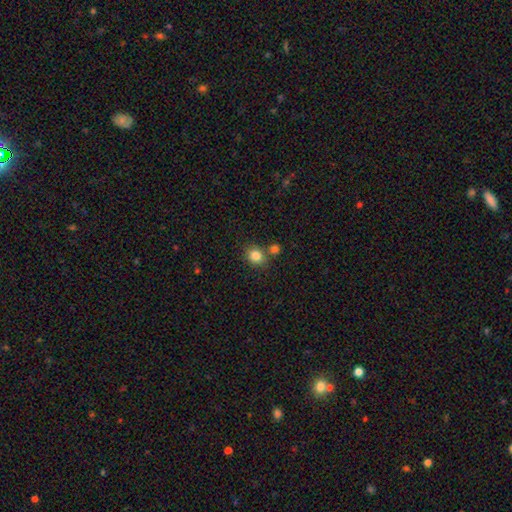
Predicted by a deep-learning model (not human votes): smooth_or_featured: smooth (p=0.84) [alt: star or artifact p=0.11]
how_rounded: round (p=0.68) [alt: in between p=0.31]
merging: none (p=0.66) [alt: merger p=0.20]